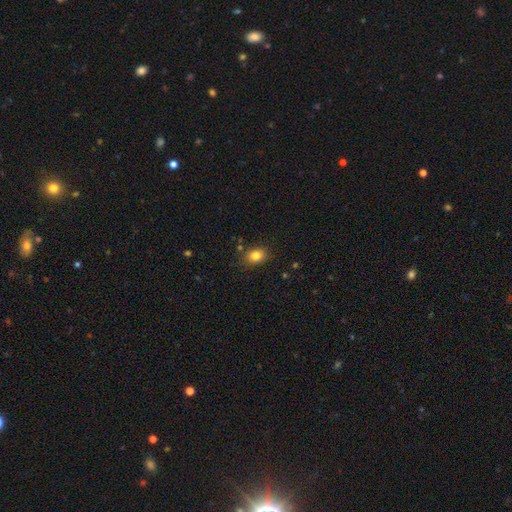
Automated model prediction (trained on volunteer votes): Smooth or featured? Predicted: smooth (p=0.82). How rounded? Predicted: in between (p=0.60). Merging? Predicted: none (p=0.82).